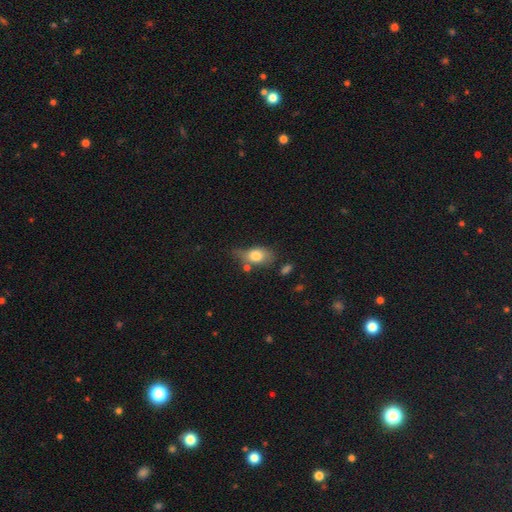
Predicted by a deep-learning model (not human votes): This appears to be a smooth galaxy with no disk features (76%) that is in between round and cigar-shaped (79%). Merging: none (39%).